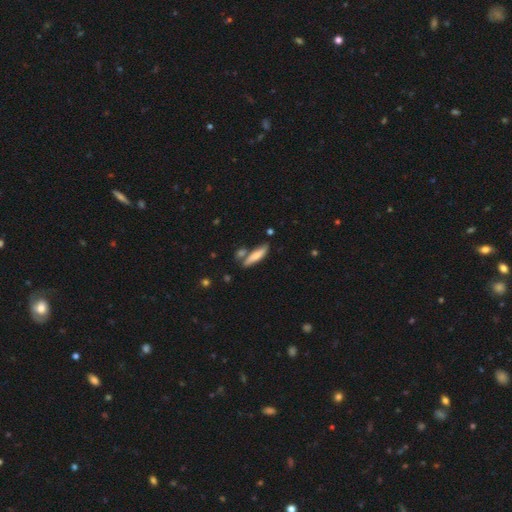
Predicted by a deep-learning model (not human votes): Morphology: type=smooth (69%); roundness=cigar-shaped (73%); merging=none (68%).